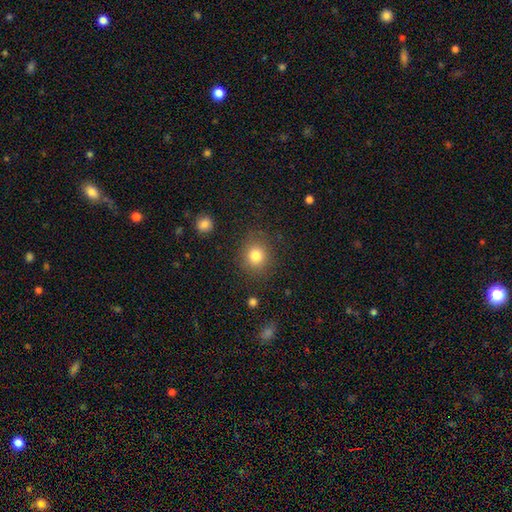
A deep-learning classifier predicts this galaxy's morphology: A smooth galaxy with no disk features (82%) that is round (83%). Merging: none (85%).